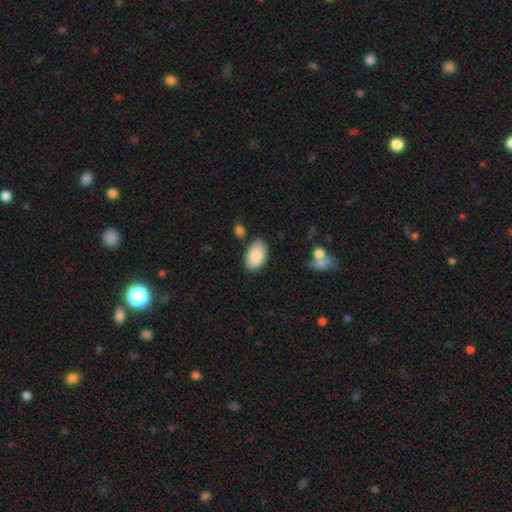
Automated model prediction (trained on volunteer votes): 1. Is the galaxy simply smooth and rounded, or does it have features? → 86% smooth, 8% featured or disk, 6% star or artifact.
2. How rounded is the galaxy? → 94% in between, 4% round, 1% cigar-shaped.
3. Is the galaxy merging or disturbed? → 78% none, 15% minor disturbance, 4% merger, 3% major disturbance.